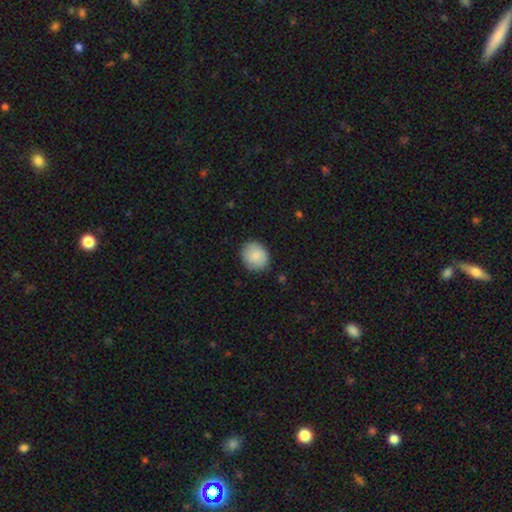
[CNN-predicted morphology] This appears to be a smooth galaxy with no disk features (85%) that is round (75%). Merging: none (85%).